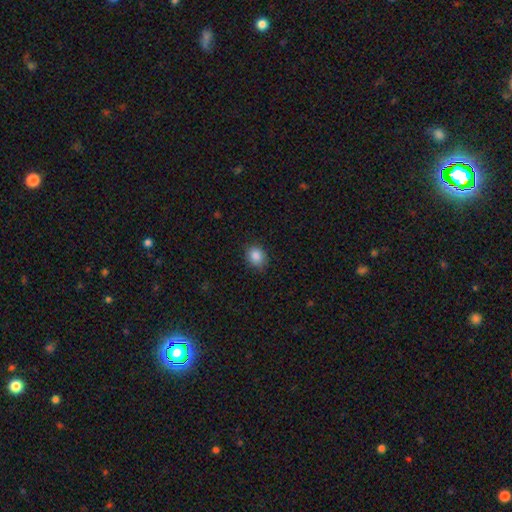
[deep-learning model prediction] Smooth or featured? smooth (87%)
How rounded? round (63%)
Merging? none (82%)